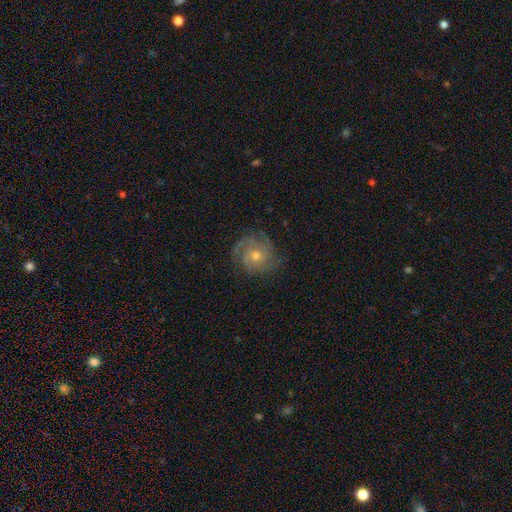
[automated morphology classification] Smooth or featured? Predicted: featured or disk (p=0.82). Edge-on disk? Predicted: no (p=0.98). Bar? Predicted: no (p=0.78). Spiral arms? Predicted: yes (p=0.96). Spiral winding? Predicted: tight (p=0.62). Spiral arm count? Predicted: 3 (p=0.40). Bulge size? Predicted: moderate (p=0.51). Merging? Predicted: none (p=0.78).